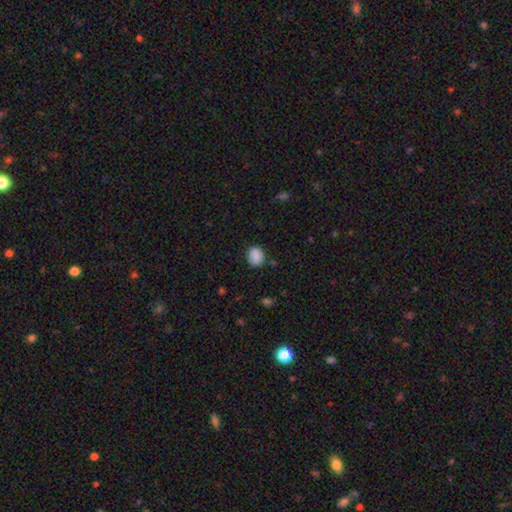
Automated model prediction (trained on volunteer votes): This appears to be a smooth galaxy with no disk features (87%) that is round (56%). Merging: none (80%).